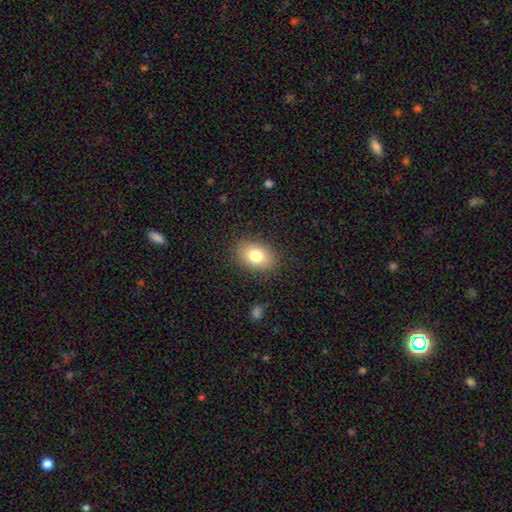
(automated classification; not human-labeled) This appears to be a smooth galaxy with no disk features (80%) that is in between round and cigar-shaped (79%). Merging: none (86%).